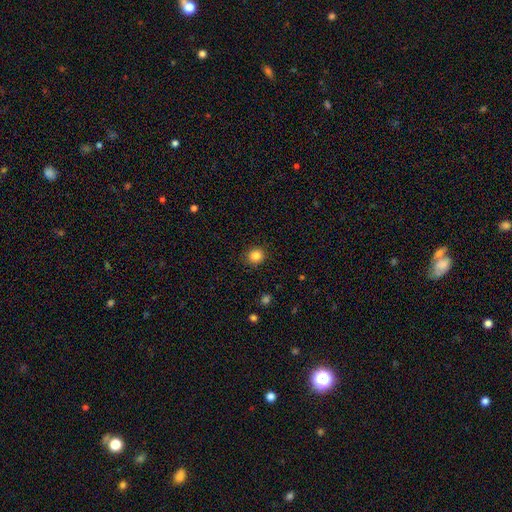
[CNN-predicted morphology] smooth 85%, star or artifact 11%, featured or disk 5%. Down the decision tree: how rounded — round (87%); merging — none (90%).